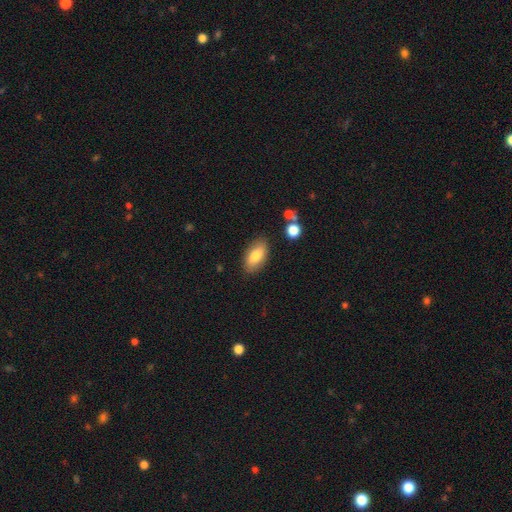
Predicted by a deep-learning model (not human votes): smooth_or_featured: smooth (p=0.79) [alt: featured or disk p=0.15]
how_rounded: in between (p=0.91) [alt: cigar-shaped p=0.06]
merging: none (p=0.84) [alt: minor disturbance p=0.11]